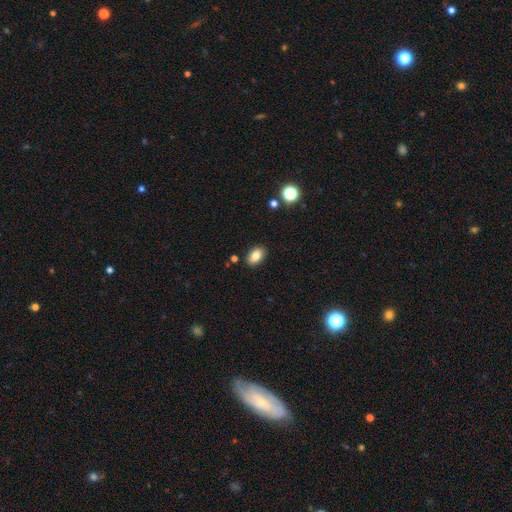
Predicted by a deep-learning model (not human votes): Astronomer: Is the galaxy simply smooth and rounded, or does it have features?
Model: smooth — 82%.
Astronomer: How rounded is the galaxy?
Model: in between — 90%.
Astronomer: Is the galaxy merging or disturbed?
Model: none — 87%.